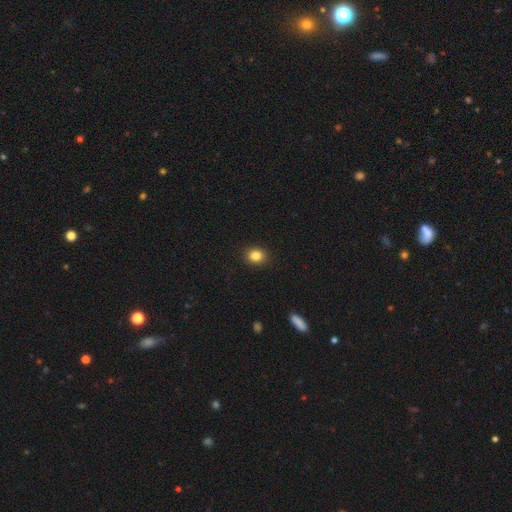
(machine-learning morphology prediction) type=smooth (84%); roundness=round (62%); merging=none (91%).